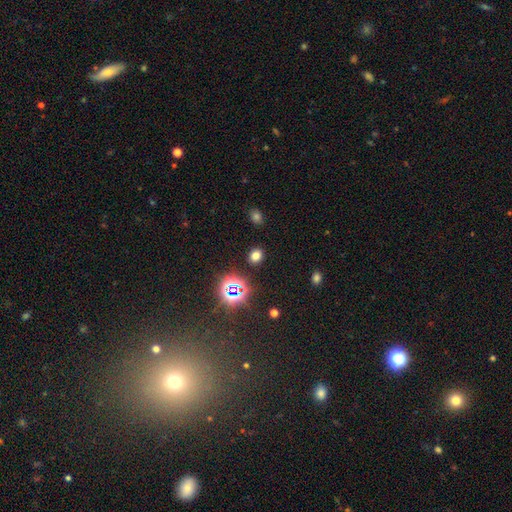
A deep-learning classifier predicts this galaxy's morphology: Overall: smooth (68%). How rounded: round (59%; in between 39%). Merging: none (88%).